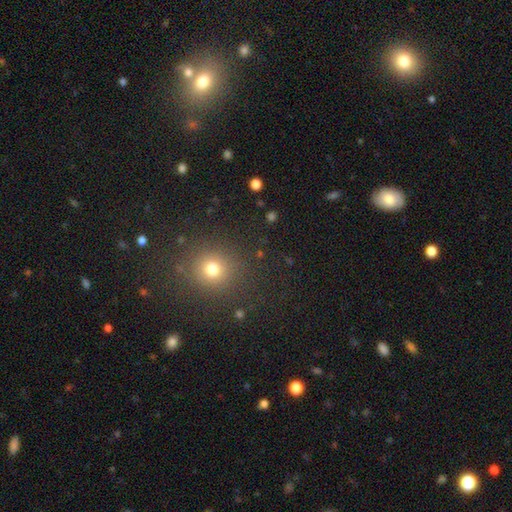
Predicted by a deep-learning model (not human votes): smooth_or_featured: smooth (p=0.58) [alt: star or artifact p=0.35]
how_rounded: round (p=0.88) [alt: in between p=0.10]
merging: none (p=0.89) [alt: minor disturbance p=0.06]